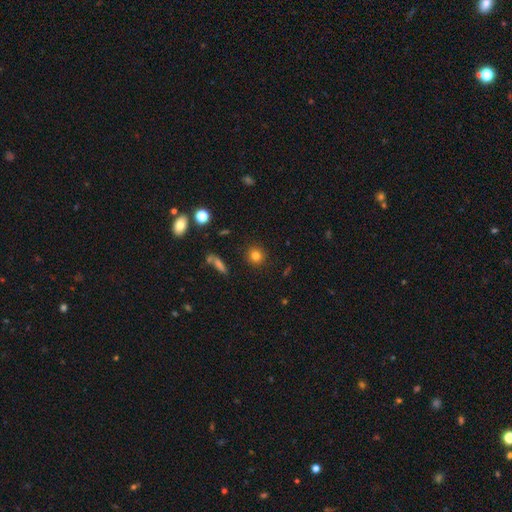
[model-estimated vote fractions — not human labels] Overall: smooth (80%). How rounded: round (91%). Merging: none (89%).